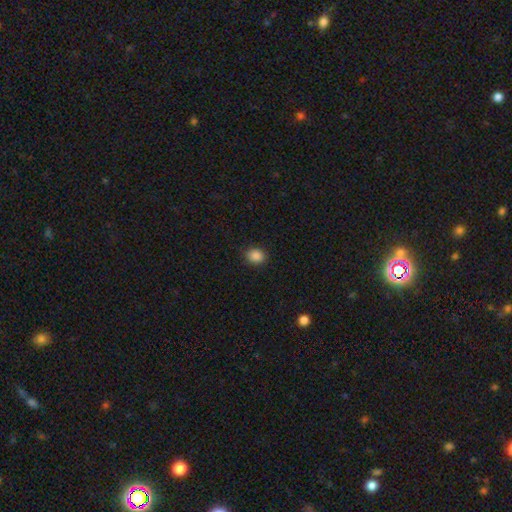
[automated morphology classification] Smooth or featured: smooth — 87% (star or artifact — 10%)
How rounded: round — 65% (in between — 34%)
Merging: none — 90% (minor disturbance — 7%)